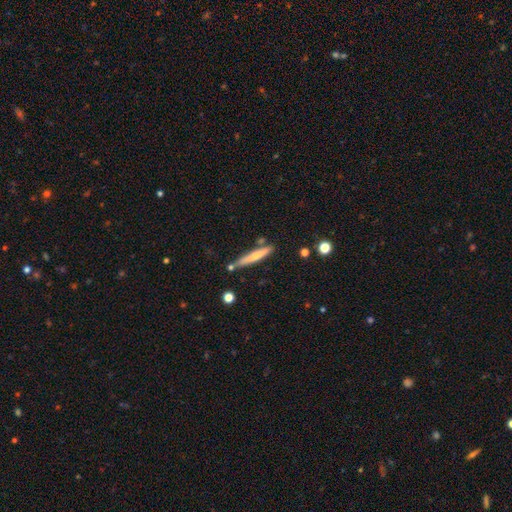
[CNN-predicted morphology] Smooth or featured? Predicted: smooth (p=0.52). How rounded? Predicted: cigar-shaped (p=0.93). Merging? Predicted: none (p=0.74).